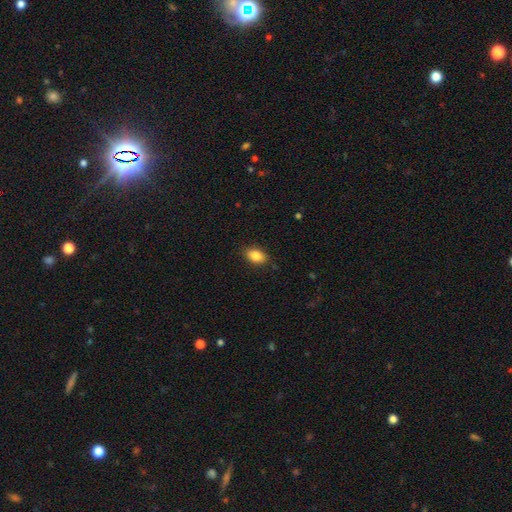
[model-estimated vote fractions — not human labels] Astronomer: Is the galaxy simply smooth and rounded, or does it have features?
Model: smooth — 85%.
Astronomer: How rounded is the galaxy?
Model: in between — 87%.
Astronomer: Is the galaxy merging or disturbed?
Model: none — 86%.